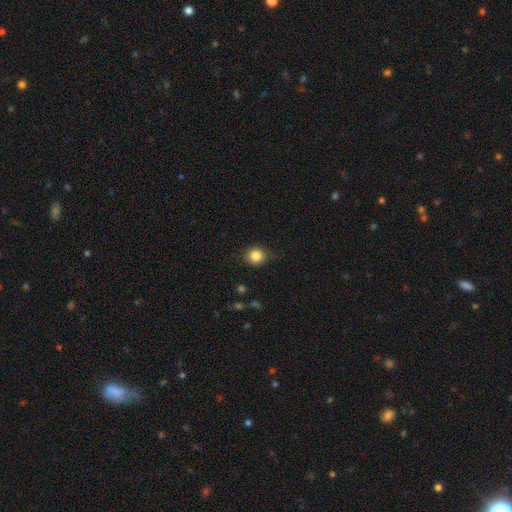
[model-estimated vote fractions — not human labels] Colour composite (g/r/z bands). It shows a smooth galaxy with no disk features (84%) that is round (85%). Merging: none (84%).